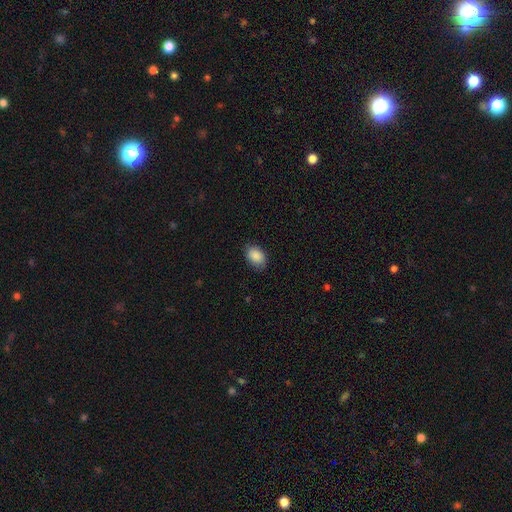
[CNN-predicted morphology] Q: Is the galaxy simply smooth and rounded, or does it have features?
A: smooth — 89%.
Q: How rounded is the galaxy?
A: in between — 85%.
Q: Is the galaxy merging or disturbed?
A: none — 81%.